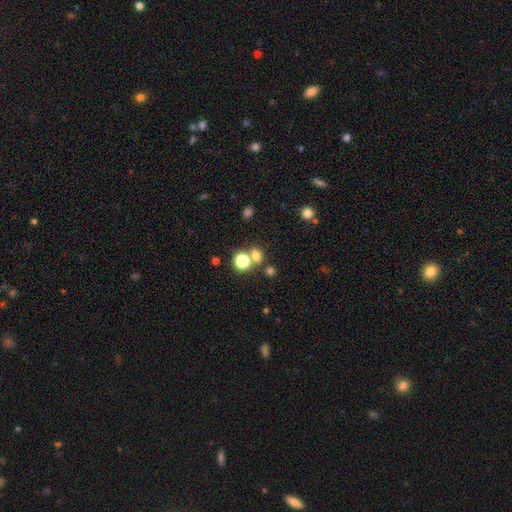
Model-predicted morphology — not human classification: Smooth or featured? Predicted: smooth (p=0.69). How rounded? Predicted: round (p=0.65). Merging? Predicted: none (p=0.60).